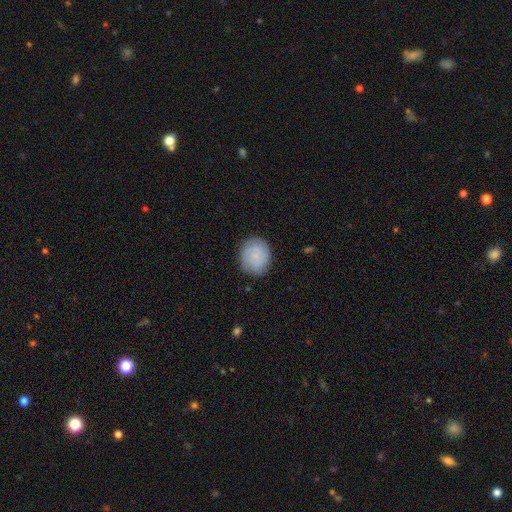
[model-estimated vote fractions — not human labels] Morphology: type=smooth (57%); roundness=round (75%); merging=none (83%).